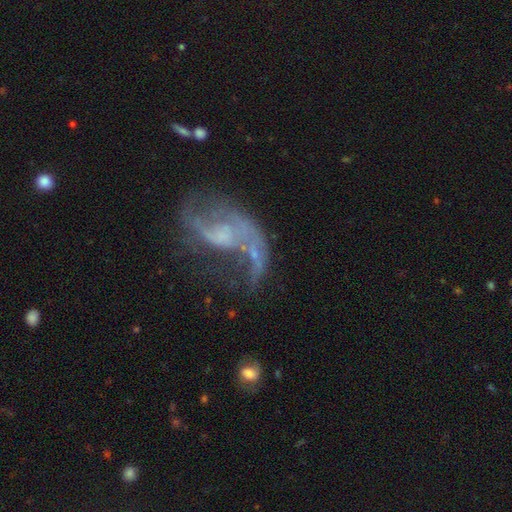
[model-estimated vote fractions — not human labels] Morphology: type=featured or disk (81%); edge-on=no (97%); bar=no (61%); spiral arms=yes (81%); winding=loose (68%); arm count=2 (72%); bulge=none (46%); merging=none (36%, tied with major disturbance).